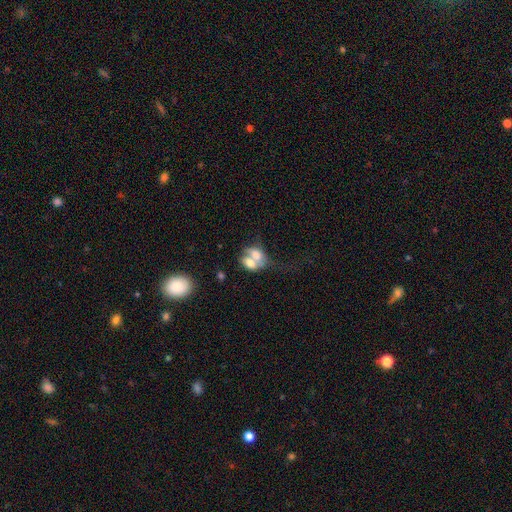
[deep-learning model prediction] Smooth or featured? smooth (61%)
How rounded? in between (76%)
Merging? merger (73%)